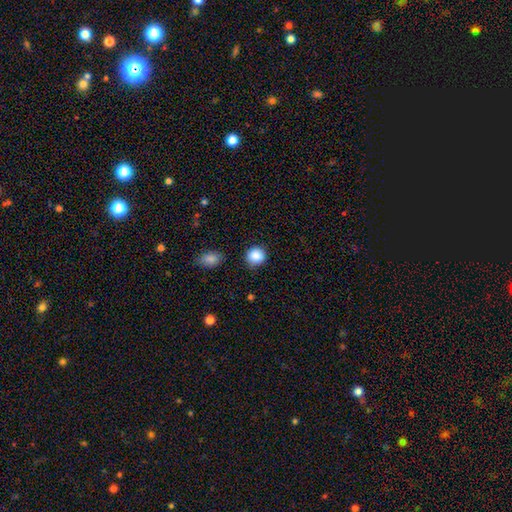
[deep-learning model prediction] smooth_or_featured: smooth (p=0.88) [alt: star or artifact p=0.09]
how_rounded: round (p=0.89) [alt: in between p=0.10]
merging: none (p=0.84) [alt: minor disturbance p=0.11]